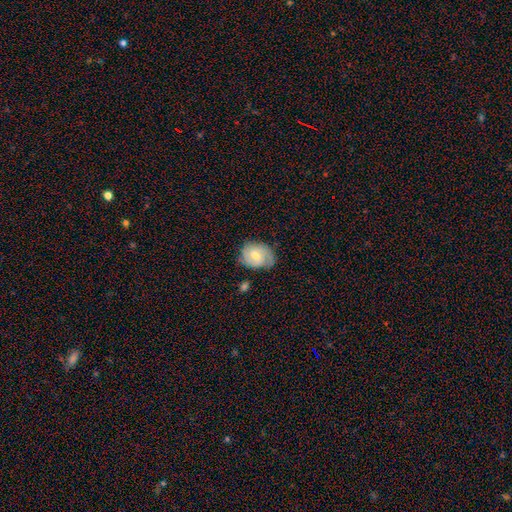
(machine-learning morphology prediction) A featured or disk galaxy (56%) with a weak bar (54%), spiral arms (87%) and a moderate central bulge (52%). Merging: none (65%).